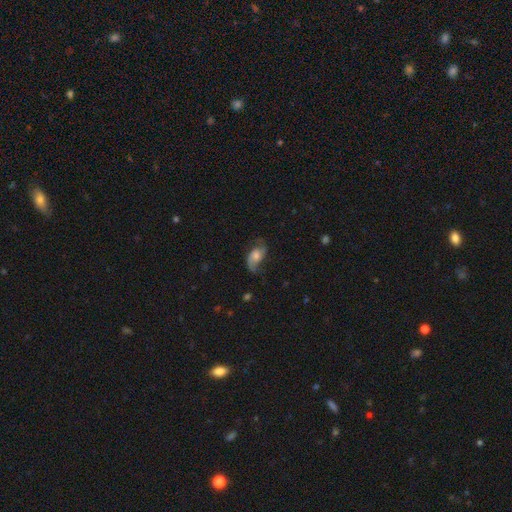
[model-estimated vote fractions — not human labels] smooth-or-featured: featured or disk: 66% | smooth: 26% | star or artifact: 8%
  disk-edge-on: no: 95% | yes: 5%
    bar: no: 63% | weak: 30% | strong: 7%
    has-spiral-arms: yes: 91% | no: 9%
      spiral-winding: loose: 56% | medium: 32% | tight: 11%
      spiral-arm-count: 2: 83% | 1: 8% | can't tell: 6% | 3: 1% | 4: 1% | more than 4: 1%
    bulge-size: moderate: 50% | small: 28% | large: 14% | none: 6% | dominant: 2%
  merging: none: 61% | minor disturbance: 23% | major disturbance: 14% | merger: 2%